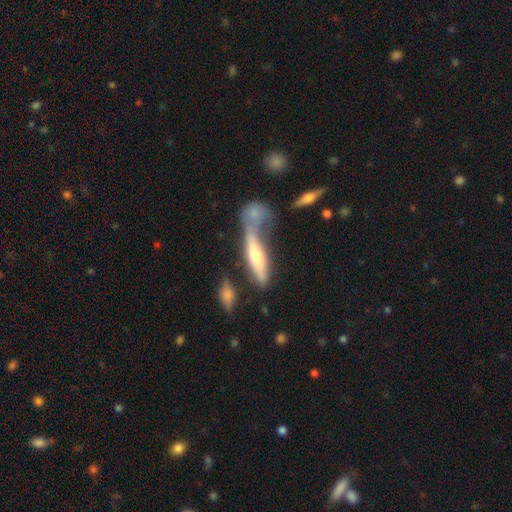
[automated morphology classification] type=smooth (54%); roundness=cigar-shaped (66%); merging=merger (40%).